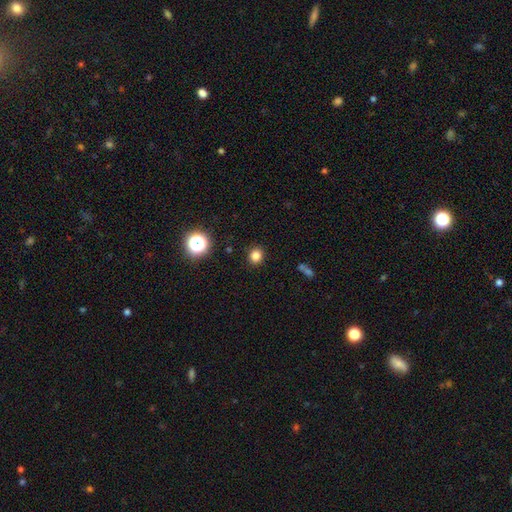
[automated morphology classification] A smooth galaxy with no disk features (82%) that is round (84%). Merging: none (91%).